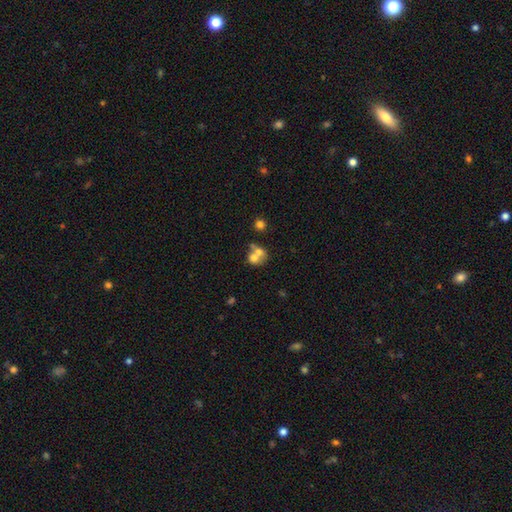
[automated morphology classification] Q: Smooth or featured?
A: smooth (63%); runner-up: featured or disk (25%)
Q: How rounded?
A: round (68%); runner-up: in between (31%)
Q: Merging?
A: merger (62%); runner-up: none (27%)